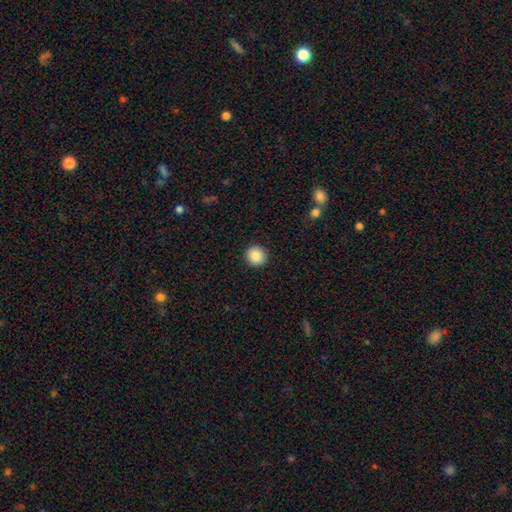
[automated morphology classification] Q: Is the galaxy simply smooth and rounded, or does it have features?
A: smooth — 89%.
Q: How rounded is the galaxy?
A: round — 95%.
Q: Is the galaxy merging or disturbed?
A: none — 93%.